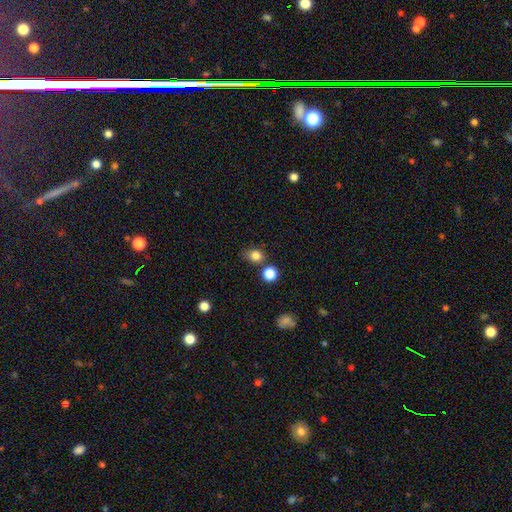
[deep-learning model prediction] The model was most divided on "how rounded": round: 70%, in between: 29%, cigar-shaped: 1%. More confident: smooth or featured — smooth (81%); merging — none (69%).